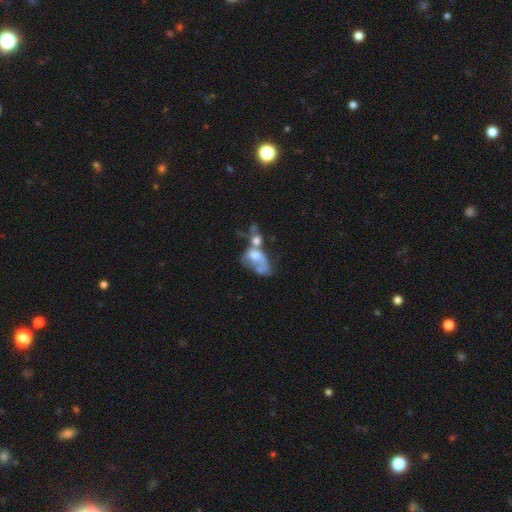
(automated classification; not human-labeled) Morphology: type=smooth (45%); merging=merger (63%).